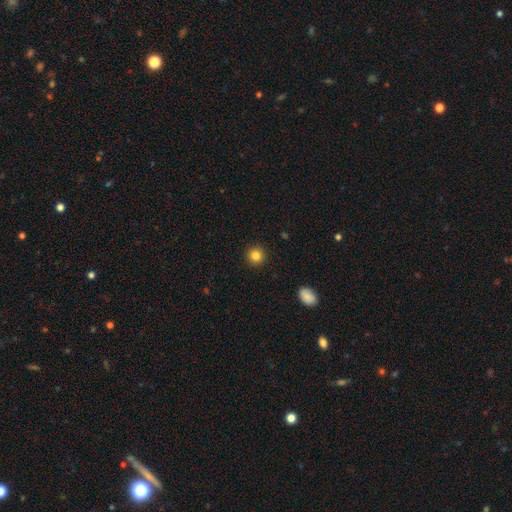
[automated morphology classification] A smooth galaxy with no disk features (84%) that is round (93%).

Vote fractions:
- Smooth or featured? smooth: 84% / star or artifact: 11% / featured or disk: 5%
- How rounded? round: 93% / in between: 6% / cigar-shaped: 1%
- Merging? none: 92% / minor disturbance: 5% / major disturbance: 2% / merger: 1%